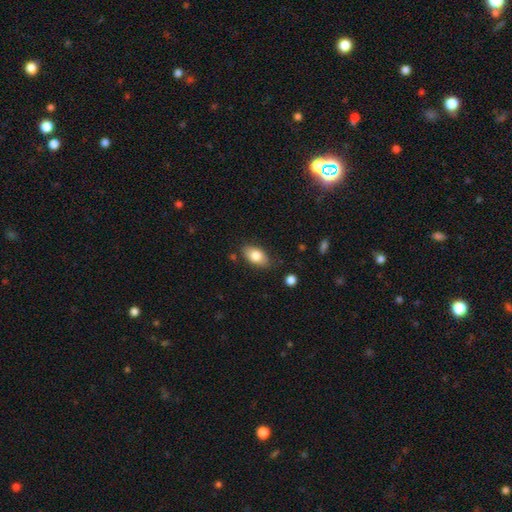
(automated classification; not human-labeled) Smooth or featured: smooth — 80% (featured or disk — 13%)
How rounded: in between — 91% (round — 6%)
Merging: none — 81% (minor disturbance — 14%)